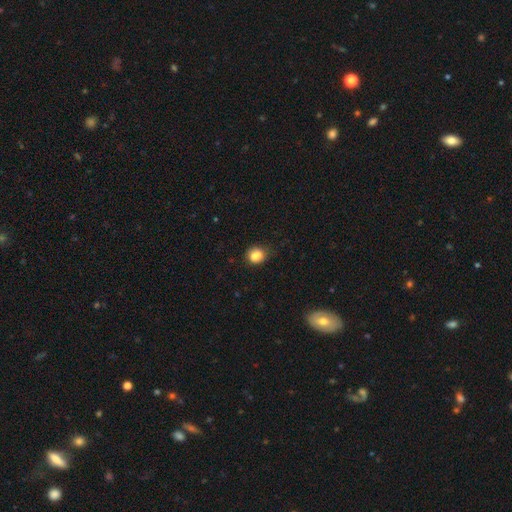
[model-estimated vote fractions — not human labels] Smooth or featured: smooth — 81% (star or artifact — 10%)
How rounded: round — 66% (in between — 33%)
Merging: none — 61% (minor disturbance — 23%)